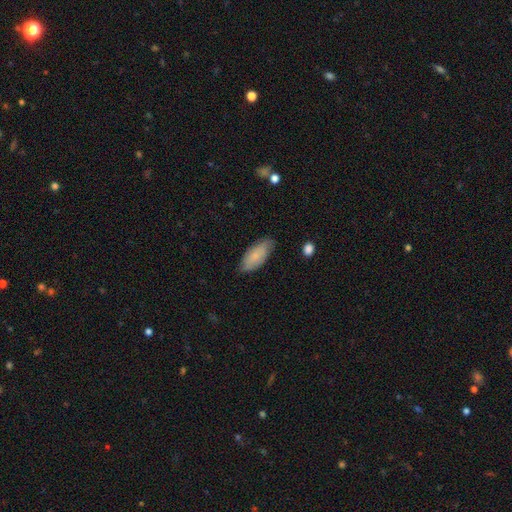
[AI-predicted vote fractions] Smooth or featured: smooth — 76% (featured or disk — 18%)
How rounded: in between — 86% (cigar-shaped — 11%)
Merging: none — 77% (minor disturbance — 19%)